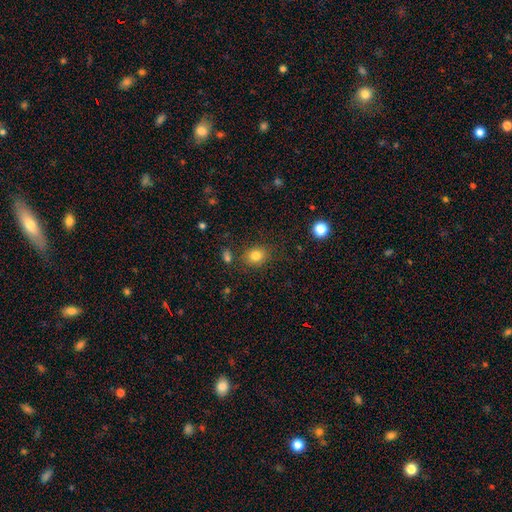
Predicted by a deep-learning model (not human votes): This is clearly a smooth galaxy (82%). How rounded: possibly round (58%). Merging: clearly none (81%).